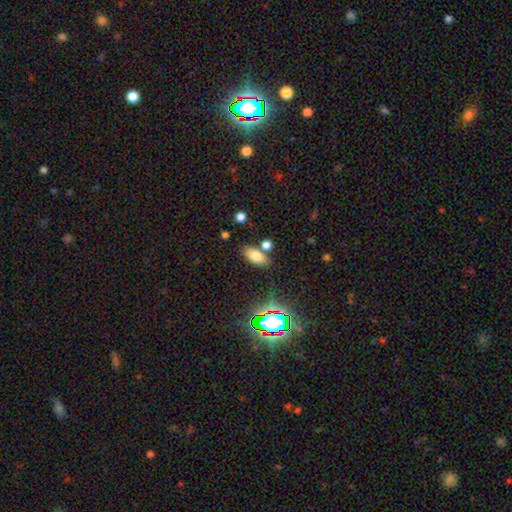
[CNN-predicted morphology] Smooth or featured? Predicted: smooth (p=0.74). How rounded? Predicted: in between (p=0.88). Merging? Predicted: none (p=0.71).